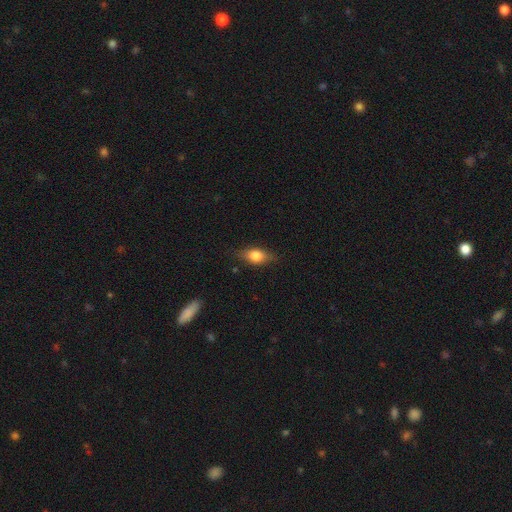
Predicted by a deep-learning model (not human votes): Smooth or featured?
  - smooth: 69% *
  - featured or disk: 23%
  - star or artifact: 8%
How rounded?
  - in between: 75% *
  - round: 14%
  - cigar-shaped: 11%
Merging?
  - none: 78% *
  - minor disturbance: 17%
  - major disturbance: 4%
  - merger: 1%